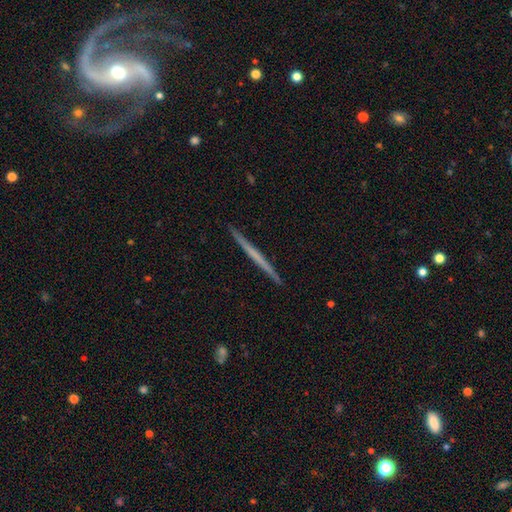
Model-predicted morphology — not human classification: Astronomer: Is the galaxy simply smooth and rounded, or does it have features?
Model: featured or disk — 55% (runner-up: smooth, 40%).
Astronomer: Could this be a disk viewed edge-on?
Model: yes — 98%.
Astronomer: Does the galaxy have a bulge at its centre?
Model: none — 90%.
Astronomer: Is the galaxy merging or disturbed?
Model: none — 93%.